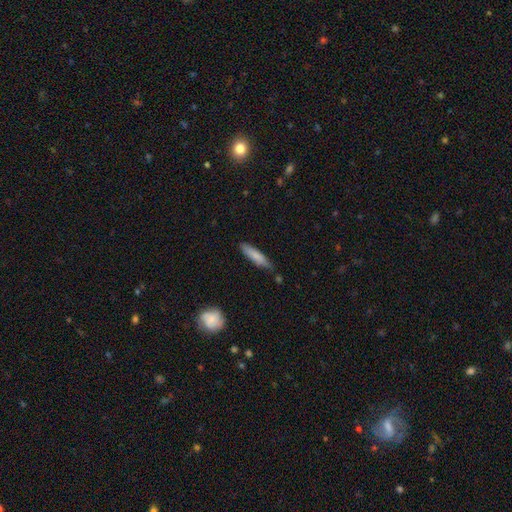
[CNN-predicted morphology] type=smooth (79%); roundness=cigar-shaped (77%); merging=none (71%).